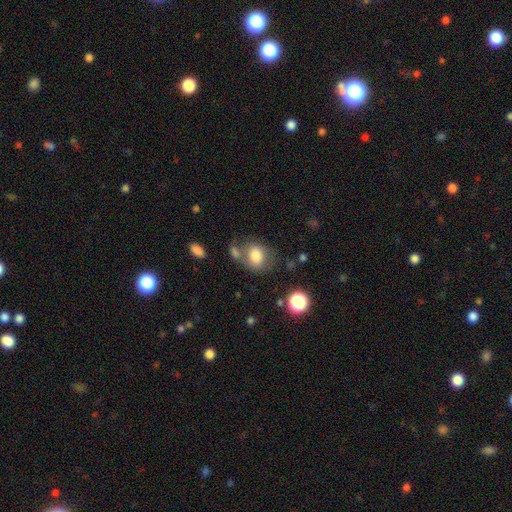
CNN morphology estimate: Smooth or featured? Predicted: smooth (p=0.76). How rounded? Predicted: round (p=0.51). Merging? Predicted: none (p=0.50).